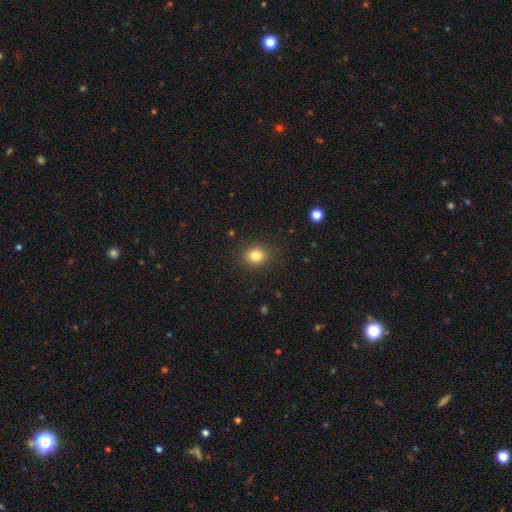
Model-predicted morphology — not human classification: Q: Smooth or featured?
A: smooth (82%); runner-up: star or artifact (12%)
Q: How rounded?
A: round (72%); runner-up: in between (27%)
Q: Merging?
A: none (88%); runner-up: minor disturbance (8%)